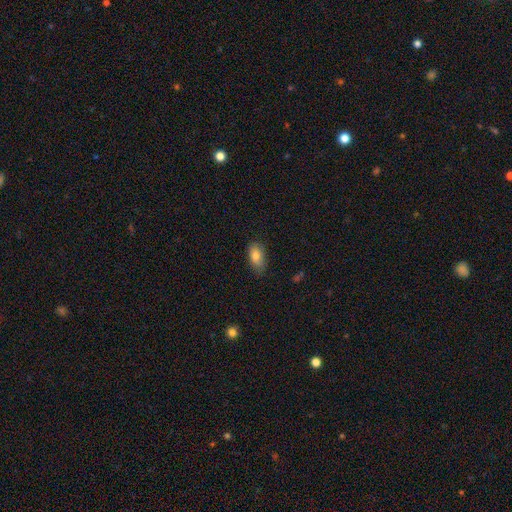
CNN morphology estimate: smooth-or-featured: smooth: 81% | featured or disk: 12% | star or artifact: 8%
  how-rounded: in between: 90% | round: 5% | cigar-shaped: 5%
  merging: none: 73% | minor disturbance: 22% | major disturbance: 4% | merger: 1%